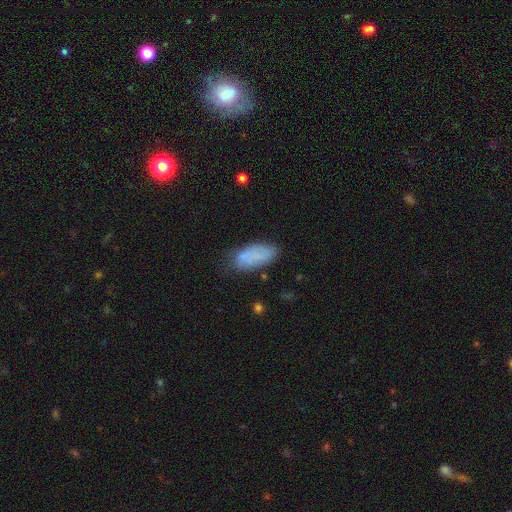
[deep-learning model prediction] This is likely a smooth galaxy (71%). How rounded: clearly in between (85%). Merging: likely none (63%).